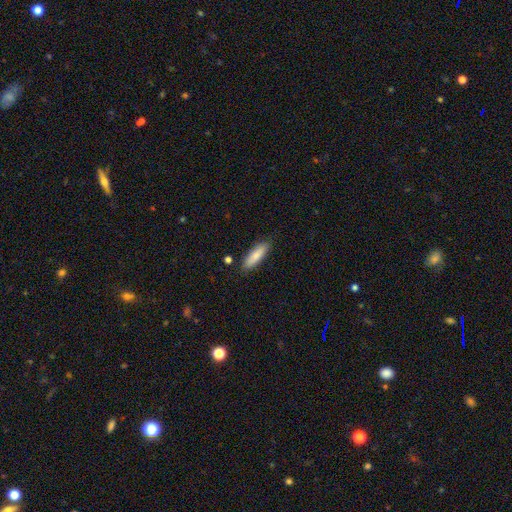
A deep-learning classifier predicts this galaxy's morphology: smooth-or-featured: smooth: 81% | featured or disk: 13% | star or artifact: 6%
  how-rounded: cigar-shaped: 57% | in between: 42% | round: 2%
  merging: none: 86% | minor disturbance: 10% | major disturbance: 2% | merger: 2%